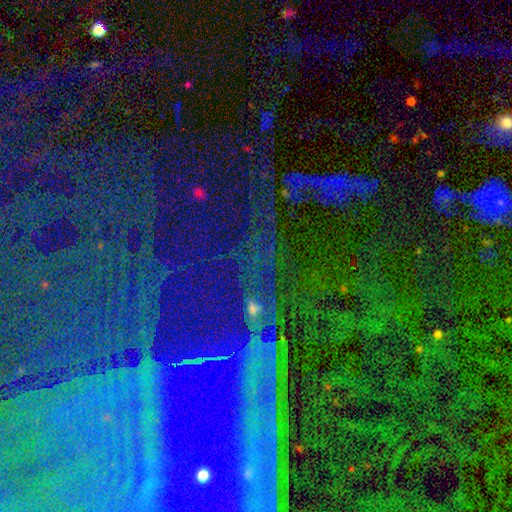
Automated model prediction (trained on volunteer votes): Smooth or featured?
  - star or artifact: 77% *
  - featured or disk: 13%
  - smooth: 10%